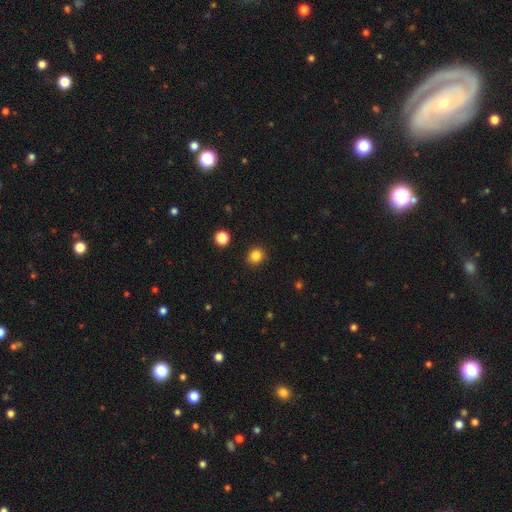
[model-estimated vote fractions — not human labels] smooth 84%, star or artifact 12%, featured or disk 4%. Down the decision tree: how rounded — round (83%); merging — none (91%).